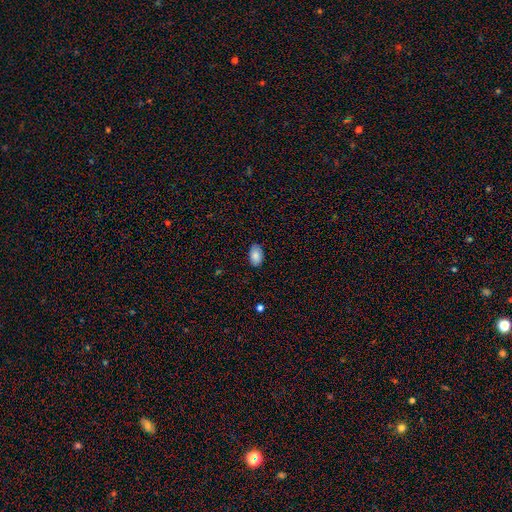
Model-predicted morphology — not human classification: smooth-or-featured: smooth: 85% | featured or disk: 8% | star or artifact: 7%
  how-rounded: in between: 93% | round: 6% | cigar-shaped: 1%
  merging: none: 85% | minor disturbance: 12% | major disturbance: 2% | merger: 1%